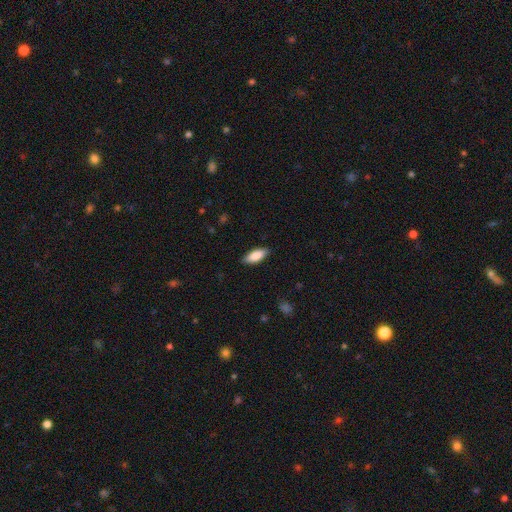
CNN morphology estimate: smooth_or_featured: smooth (p=0.85) [alt: featured or disk p=0.09]
how_rounded: in between (p=0.79) [alt: cigar-shaped p=0.19]
merging: none (p=0.88) [alt: minor disturbance p=0.09]